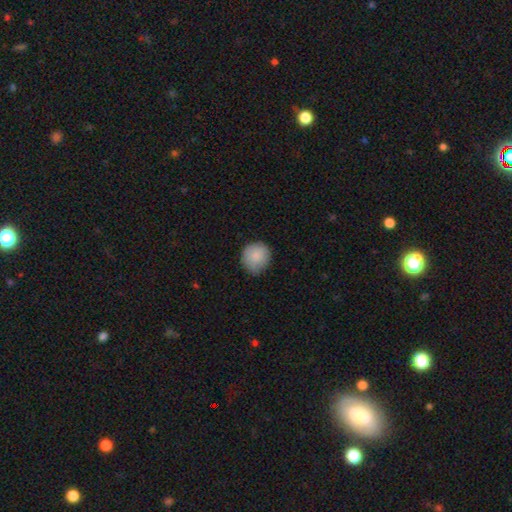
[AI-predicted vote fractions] Smooth or featured? smooth (87%)
How rounded? round (87%)
Merging? none (75%)